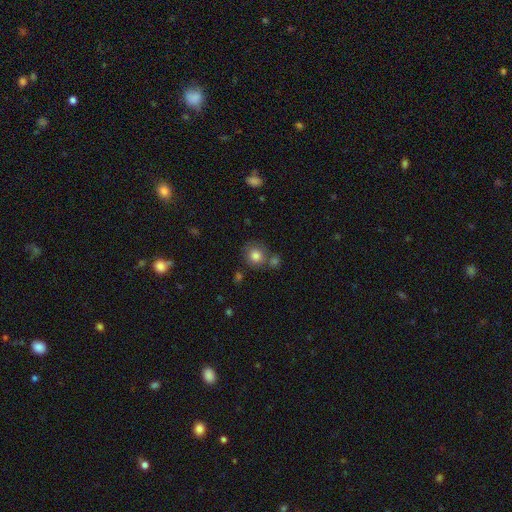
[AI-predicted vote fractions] Morphology: type=smooth (81%); roundness=round (86%); merging=none (63%).